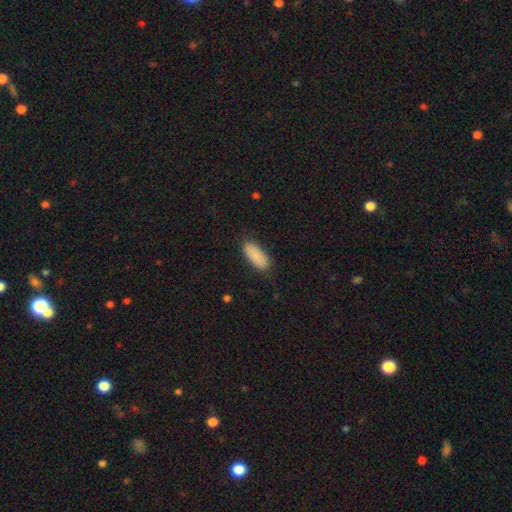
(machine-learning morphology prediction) type=smooth (89%); roundness=in between (83%); merging=none (85%).